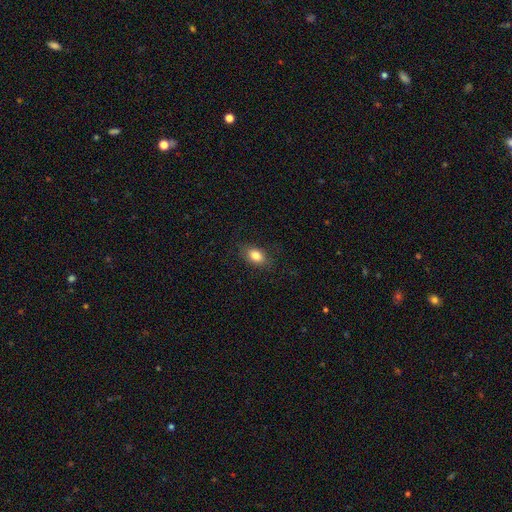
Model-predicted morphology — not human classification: type=smooth (84%); roundness=in between (85%); merging=none (84%).